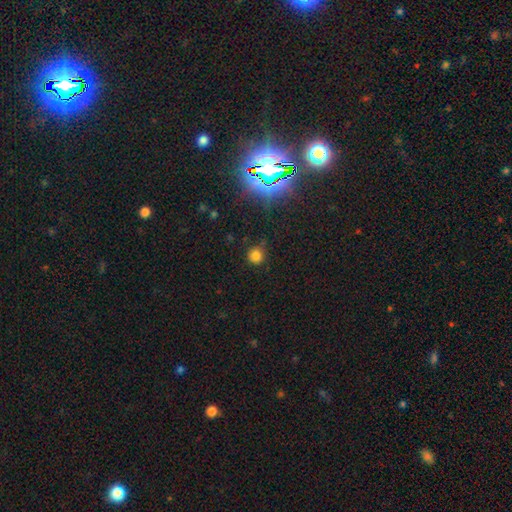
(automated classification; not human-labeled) The model was most divided on "smooth or featured": smooth: 75%, star or artifact: 20%, featured or disk: 5%. More confident: how rounded — round (90%); merging — none (78%).